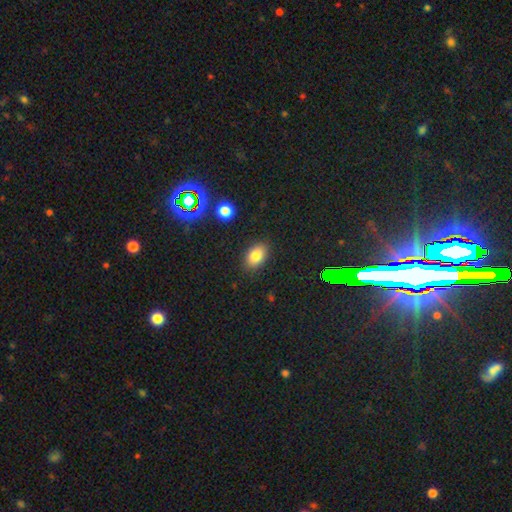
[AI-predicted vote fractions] A smooth galaxy with no disk features (81%) that is in between round and cigar-shaped (85%). Merging: none (87%).